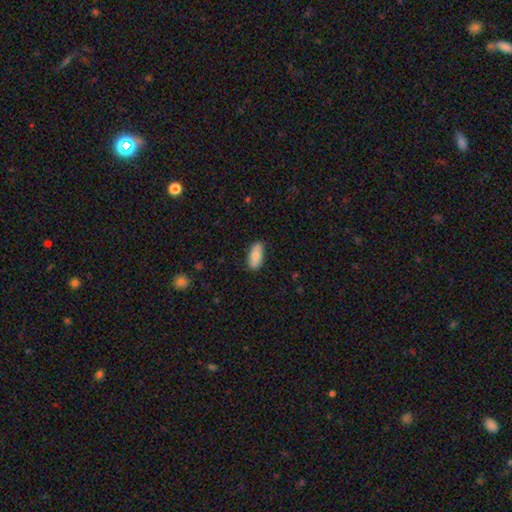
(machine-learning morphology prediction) Smooth or featured? Predicted: smooth (p=0.79). How rounded? Predicted: in between (p=0.86). Merging? Predicted: none (p=0.86).